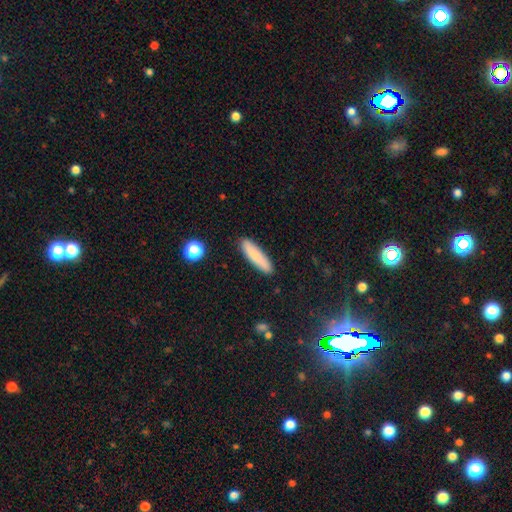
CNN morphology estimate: Q: Smooth or featured?
A: smooth (83%); runner-up: featured or disk (10%)
Q: How rounded?
A: cigar-shaped (78%); runner-up: in between (20%)
Q: Merging?
A: none (89%); runner-up: minor disturbance (8%)